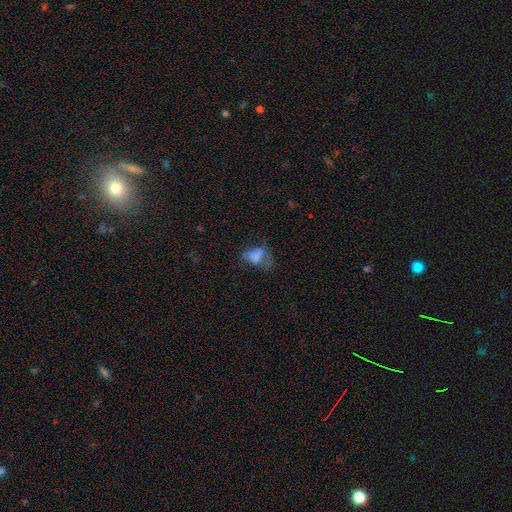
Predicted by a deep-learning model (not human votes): smooth 61%, featured or disk 23%, star or artifact 16%. Down the decision tree: how rounded — in between (80%); merging — major disturbance (41%).